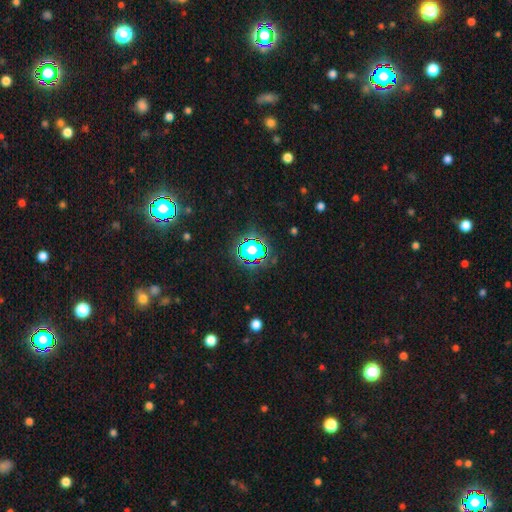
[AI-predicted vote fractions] The model was most divided on "smooth or featured": star or artifact: 71%, smooth: 20%, featured or disk: 9%.